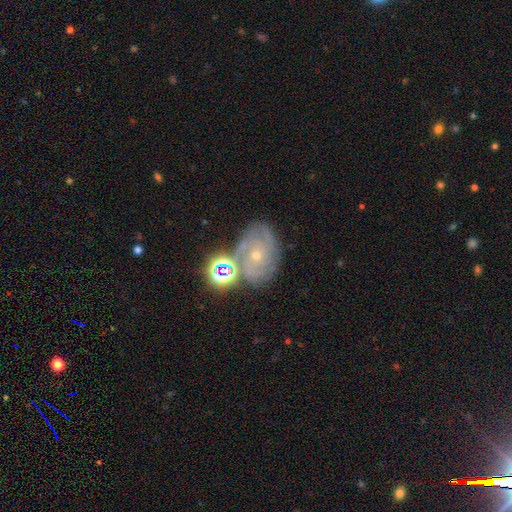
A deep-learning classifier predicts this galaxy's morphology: Smooth or featured?
  - featured or disk: 63% *
  - star or artifact: 20%
  - smooth: 17%
Edge-on disk?
  - no: 97% *
  - yes: 3%
Bar?
  - no: 81% *
  - weak: 15%
  - strong: 4%
Spiral arms?
  - yes: 86% *
  - no: 14%
Spiral winding?
  - tight: 65% *
  - medium: 27%
  - loose: 8%
Spiral arm count?
  - can't tell: 41% *
  - 3: 20%
  - 2: 16%
  - 4: 11%
  - more than 4: 7%
  - 1: 5%
Bulge size?
  - small: 75% *
  - moderate: 21%
  - none: 1%
  - large: 1%
  - dominant: 1%
Merging?
  - none: 60% *
  - minor disturbance: 18%
  - merger: 14%
  - major disturbance: 8%